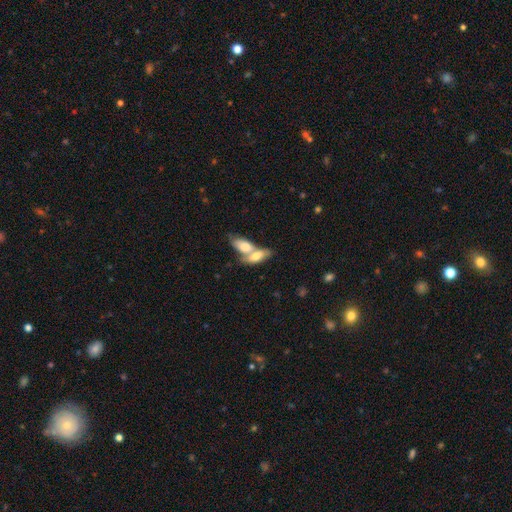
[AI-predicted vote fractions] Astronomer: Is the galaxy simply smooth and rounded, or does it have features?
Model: smooth — 69%.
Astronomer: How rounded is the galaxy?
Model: in between — 76%.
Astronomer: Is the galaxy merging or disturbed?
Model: merger — 69%.